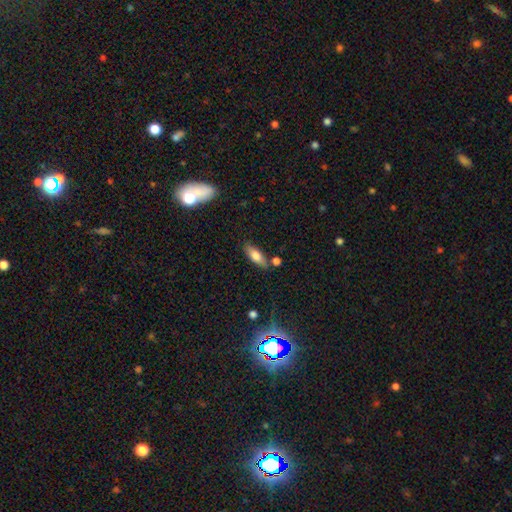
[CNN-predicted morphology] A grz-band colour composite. It shows a smooth galaxy with no disk features (74%) that is in between round and cigar-shaped (70%). Merging: none (73%).